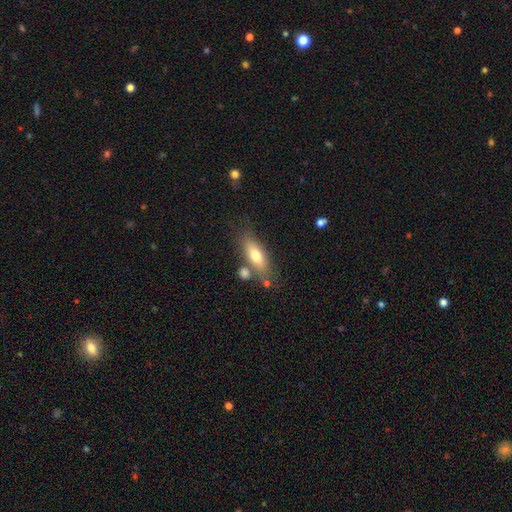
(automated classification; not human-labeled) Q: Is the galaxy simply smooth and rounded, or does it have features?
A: smooth — 68%.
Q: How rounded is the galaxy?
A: in between — 64%.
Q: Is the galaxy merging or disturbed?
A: none — 66%.